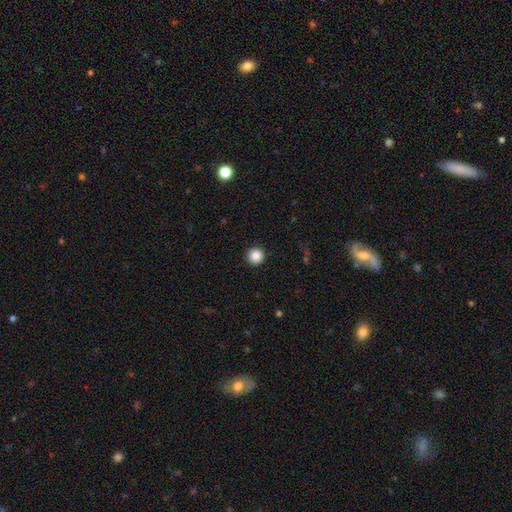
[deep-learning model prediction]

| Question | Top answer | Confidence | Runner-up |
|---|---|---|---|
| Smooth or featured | smooth | 87% | star or artifact (10%) |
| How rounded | round | 96% | in between (3%) |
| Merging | none | 93% | minor disturbance (4%) |